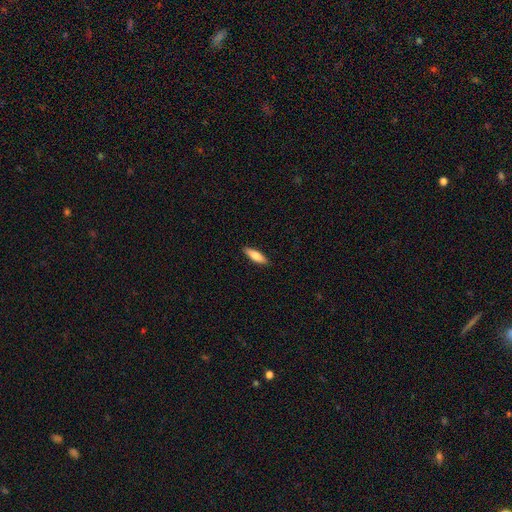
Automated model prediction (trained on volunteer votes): Smooth or featured? smooth (77%)
How rounded? cigar-shaped (56%)
Merging? none (89%)